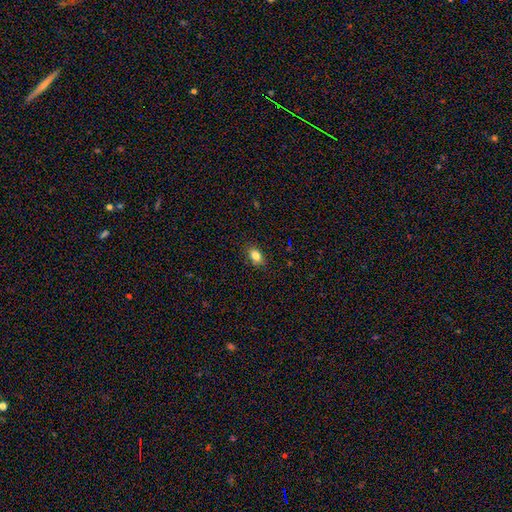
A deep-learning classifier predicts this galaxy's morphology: type=smooth (82%); roundness=in between (83%); merging=none (87%).